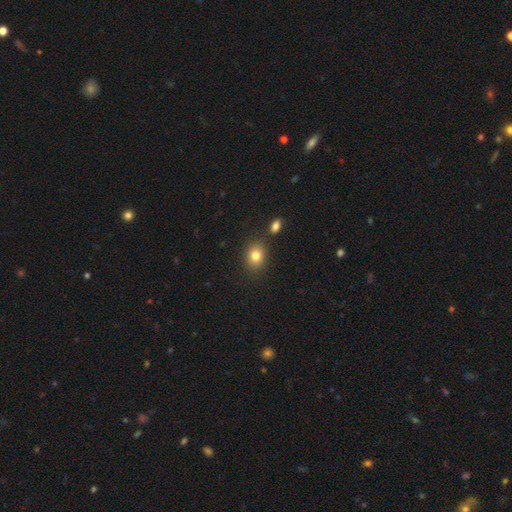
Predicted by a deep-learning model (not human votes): smooth-or-featured: smooth: 81% | star or artifact: 11% | featured or disk: 8%
  how-rounded: in between: 53% | round: 46% | cigar-shaped: 1%
  merging: none: 81% | minor disturbance: 10% | merger: 6% | major disturbance: 3%